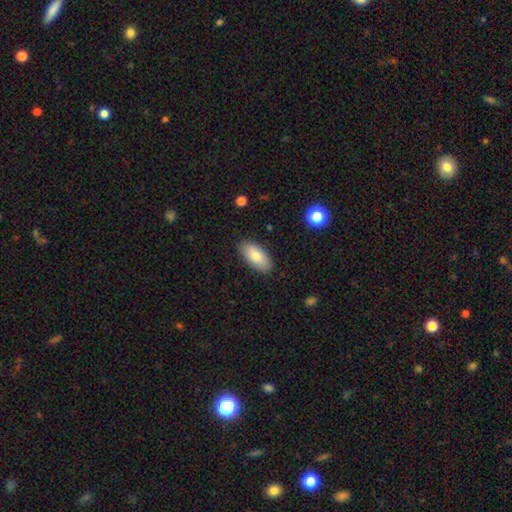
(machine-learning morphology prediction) type=smooth (81%); roundness=in between (92%); merging=none (87%).